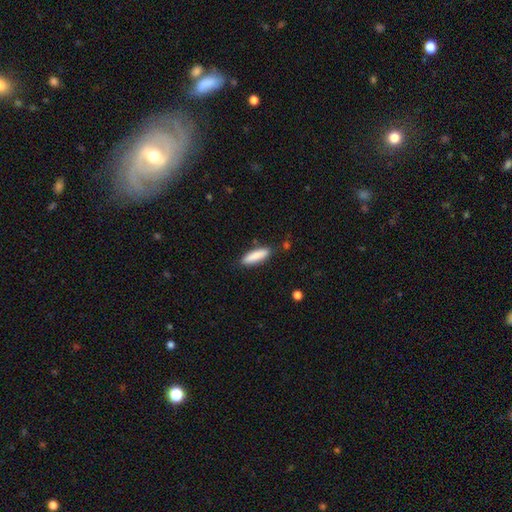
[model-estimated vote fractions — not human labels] Morphology: type=smooth (86%); roundness=cigar-shaped (58%); merging=none (86%).